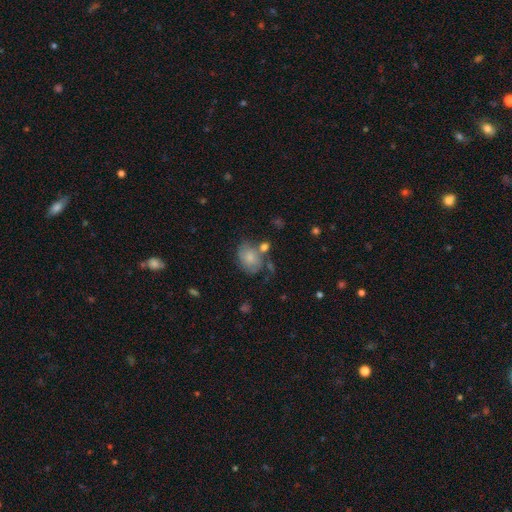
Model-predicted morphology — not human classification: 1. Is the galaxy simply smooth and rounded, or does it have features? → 47% featured or disk, 35% smooth, 19% star or artifact.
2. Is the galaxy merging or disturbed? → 57% none, 20% minor disturbance, 12% major disturbance, 10% merger.